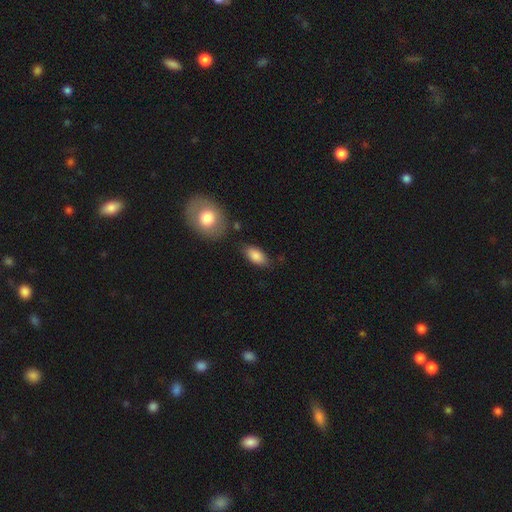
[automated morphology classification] Smooth or featured? Predicted: smooth (p=0.86). How rounded? Predicted: in between (p=0.91). Merging? Predicted: none (p=0.76).